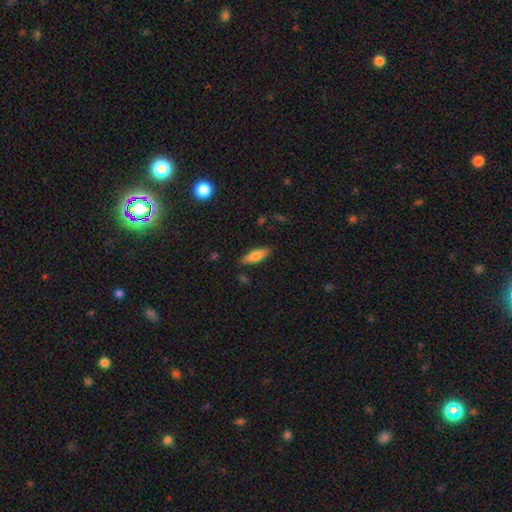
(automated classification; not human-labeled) smooth-or-featured: smooth: 75% | featured or disk: 18% | star or artifact: 7%
  how-rounded: in between: 56% | cigar-shaped: 42% | round: 2%
  merging: none: 84% | minor disturbance: 12% | major disturbance: 2% | merger: 2%